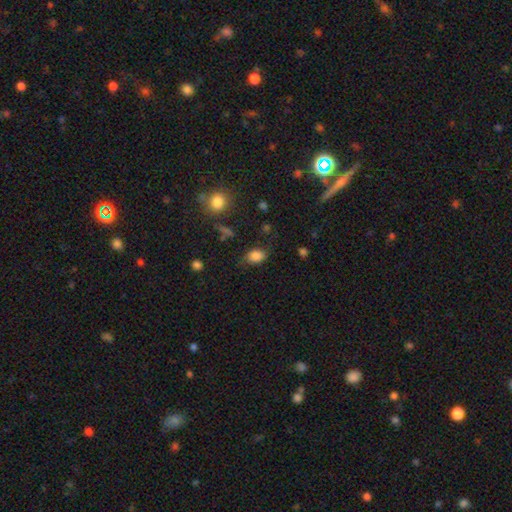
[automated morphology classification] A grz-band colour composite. It shows a smooth galaxy with no disk features (83%) that is in between round and cigar-shaped (80%). Merging: none (70%).